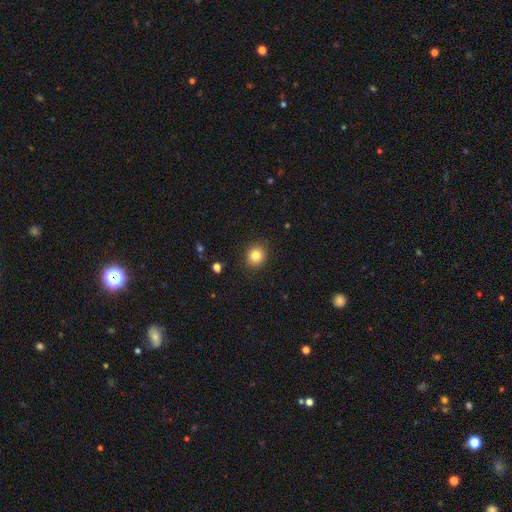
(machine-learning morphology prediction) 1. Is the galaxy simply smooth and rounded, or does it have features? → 83% smooth, 11% star or artifact, 6% featured or disk.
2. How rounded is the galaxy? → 78% round, 21% in between, 1% cigar-shaped.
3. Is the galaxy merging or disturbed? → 90% none, 7% minor disturbance, 2% major disturbance, 1% merger.